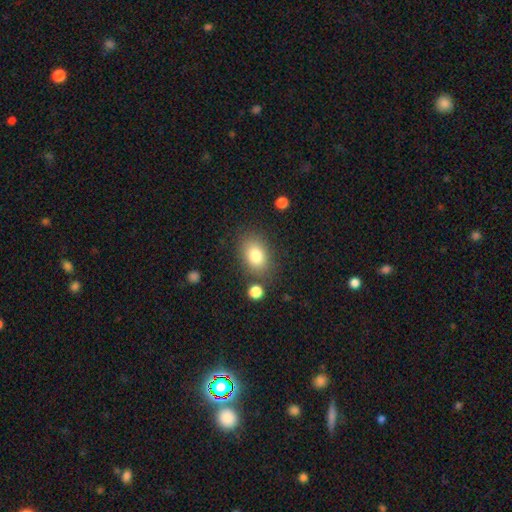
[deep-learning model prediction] This is clearly a smooth galaxy (81%). How rounded: likely in between (78%). Merging: likely none (79%).